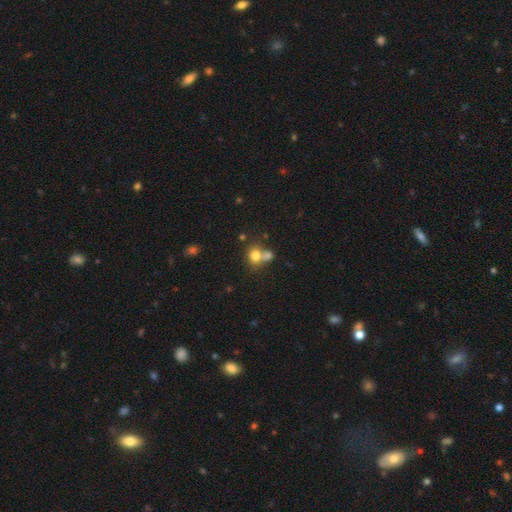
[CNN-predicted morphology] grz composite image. It shows a smooth galaxy with no disk features (76%) that is round (72%). Merging: merger (49%).